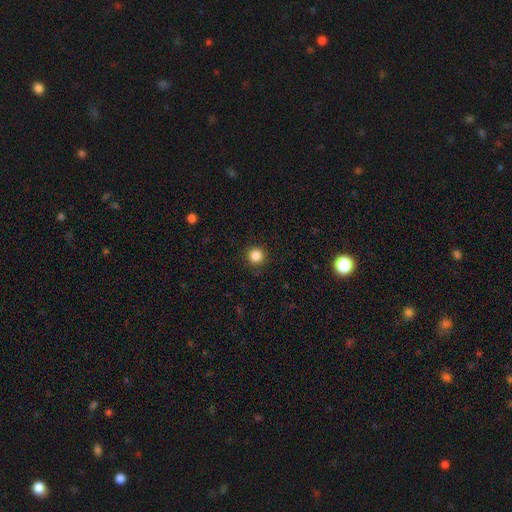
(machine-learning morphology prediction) Q: Smooth or featured?
A: smooth (85%); runner-up: star or artifact (12%)
Q: How rounded?
A: round (95%); runner-up: in between (4%)
Q: Merging?
A: none (91%); runner-up: minor disturbance (6%)